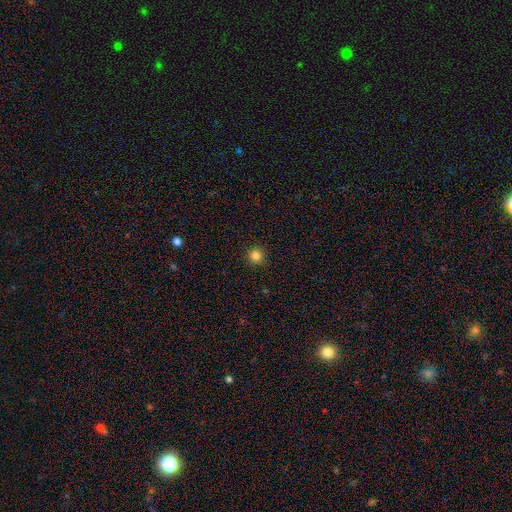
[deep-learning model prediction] Smooth or featured: smooth — 83% (star or artifact — 13%)
How rounded: round — 95% (in between — 4%)
Merging: none — 91% (minor disturbance — 6%)